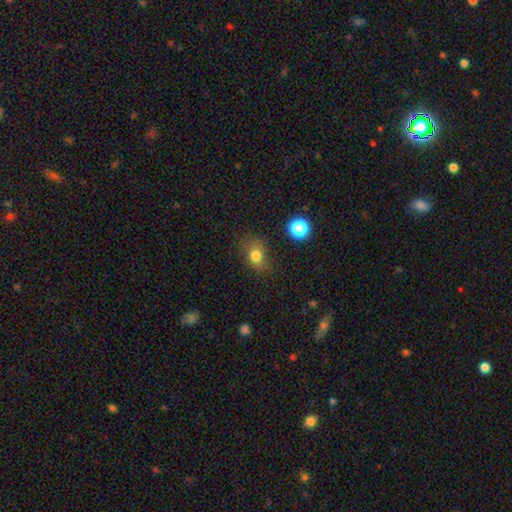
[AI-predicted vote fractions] smooth 78%, star or artifact 13%, featured or disk 10%. Down the decision tree: how rounded — in between (58%); merging — none (67%).